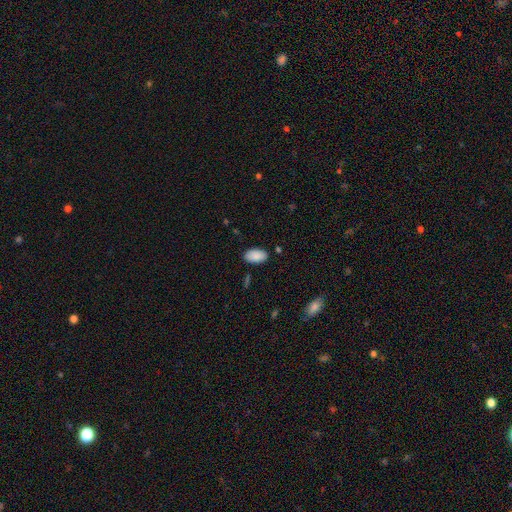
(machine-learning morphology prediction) Smooth or featured: smooth — 89% (star or artifact — 7%)
How rounded: in between — 95% (round — 3%)
Merging: none — 86% (minor disturbance — 10%)